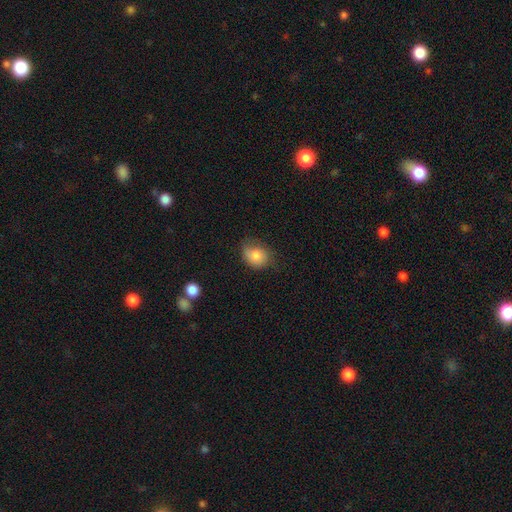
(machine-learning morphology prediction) A smooth galaxy with no disk features (81%) that is round (50%).

Vote fractions:
- Smooth or featured? smooth: 81% / featured or disk: 10% / star or artifact: 9%
- How rounded? round: 50% / in between: 49% / cigar-shaped: 1%
- Merging? none: 56% / minor disturbance: 33% / major disturbance: 10% / merger: 2%